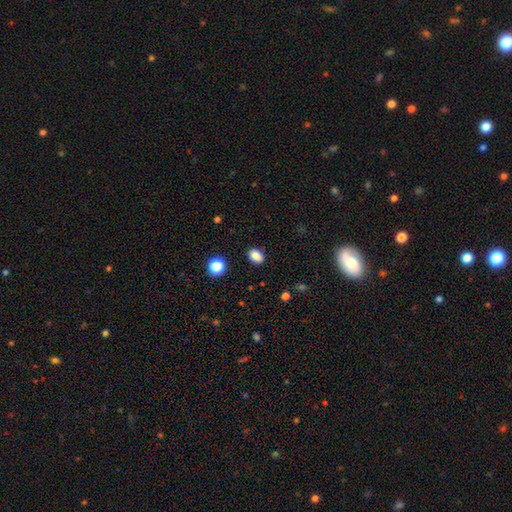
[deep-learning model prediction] Smooth or featured? Predicted: smooth (p=0.86). How rounded? Predicted: in between (p=0.73). Merging? Predicted: none (p=0.87).